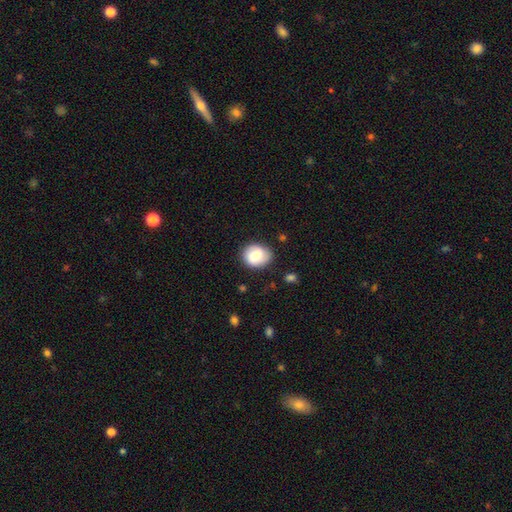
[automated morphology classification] This appears to be a smooth galaxy with no disk features (78%) that is round (62%). Merging: none (78%).